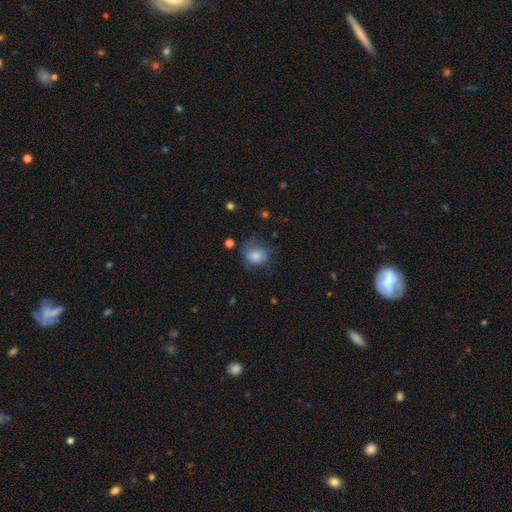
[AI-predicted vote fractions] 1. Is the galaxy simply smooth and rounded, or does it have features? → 76% smooth, 14% featured or disk, 9% star or artifact.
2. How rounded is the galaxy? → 60% round, 40% in between, 1% cigar-shaped.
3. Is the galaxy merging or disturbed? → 51% none, 29% minor disturbance, 17% major disturbance, 2% merger.